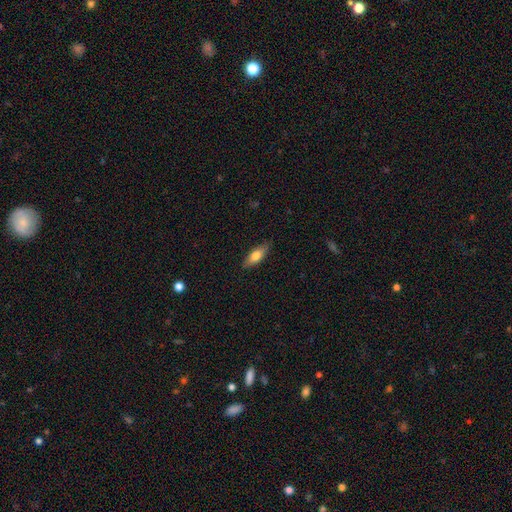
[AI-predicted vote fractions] Smooth or featured? Predicted: smooth (p=0.70). How rounded? Predicted: in between (p=0.66). Merging? Predicted: none (p=0.84).